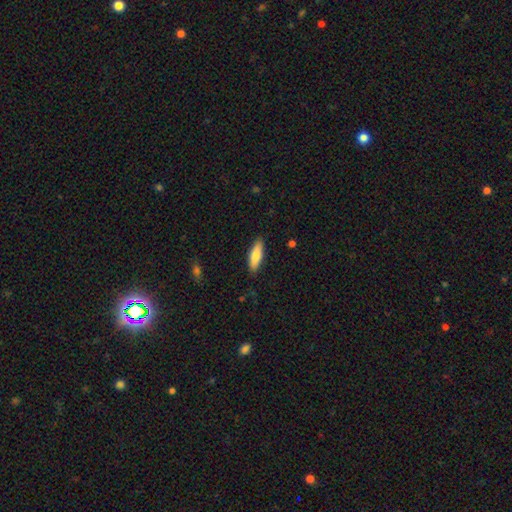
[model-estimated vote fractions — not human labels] smooth 80%, featured or disk 14%, star or artifact 6%. Down the decision tree: how rounded — in between (54%); merging — none (88%).